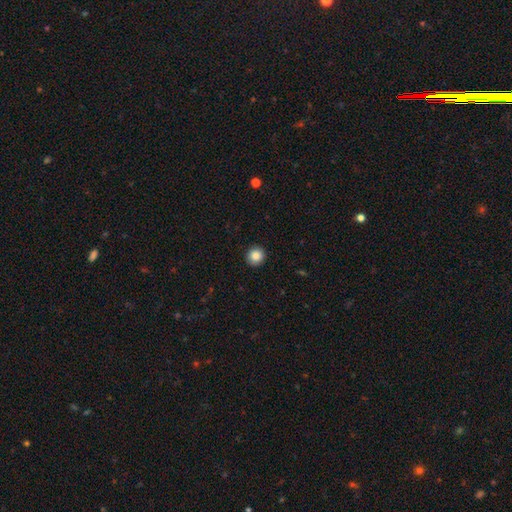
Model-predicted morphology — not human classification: Smooth or featured: smooth — 86% (star or artifact — 9%)
How rounded: round — 94% (in between — 5%)
Merging: none — 92% (minor disturbance — 5%)